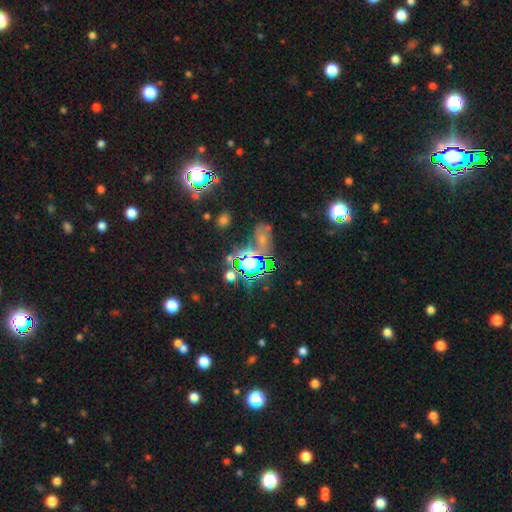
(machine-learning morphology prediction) A star or artifact, not a galaxy (80%).

Vote fractions:
- Smooth or featured? star or artifact: 80% / smooth: 12% / featured or disk: 8%